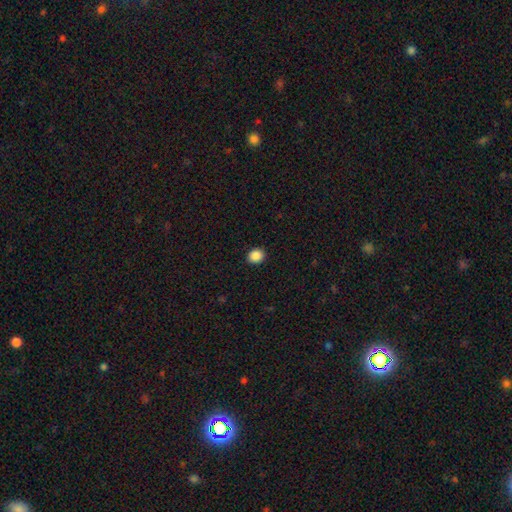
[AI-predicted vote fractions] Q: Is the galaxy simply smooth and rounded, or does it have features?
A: smooth — 88%.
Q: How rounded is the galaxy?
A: round — 75%.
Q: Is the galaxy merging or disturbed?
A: none — 92%.